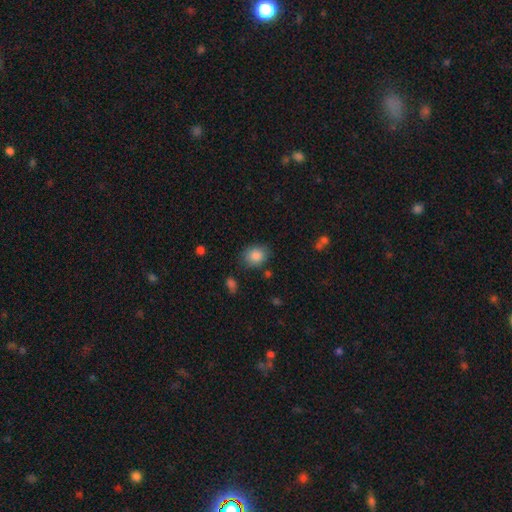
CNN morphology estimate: The model was most divided on "how rounded": round: 54%, in between: 45%, cigar-shaped: 1%. More confident: smooth or featured — smooth (86%); merging — none (80%).